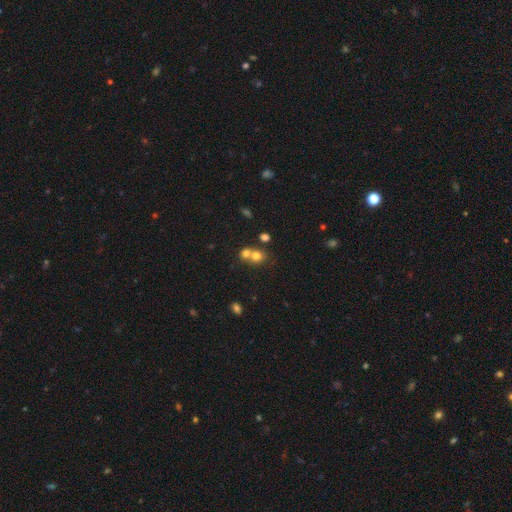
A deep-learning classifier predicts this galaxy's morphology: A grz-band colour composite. It shows a smooth galaxy with no disk features (72%) that is round (78%). Merging: merger (53%).